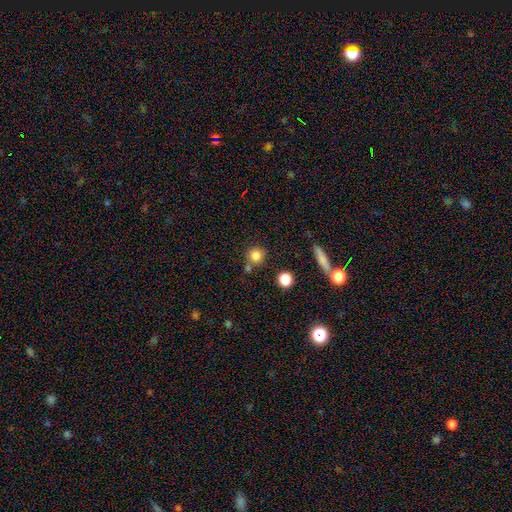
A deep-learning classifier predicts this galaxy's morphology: Q: Smooth or featured?
A: smooth (82%); runner-up: star or artifact (11%)
Q: How rounded?
A: round (90%); runner-up: in between (8%)
Q: Merging?
A: none (70%); runner-up: merger (16%)